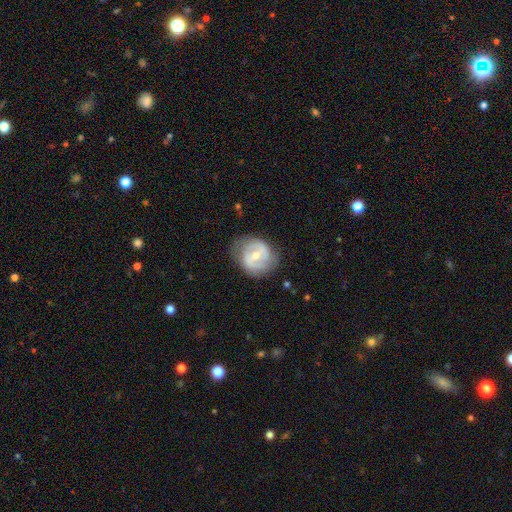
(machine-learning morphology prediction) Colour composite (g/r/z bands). It shows a featured or disk galaxy (66%) with a weak bar (54%), spiral arms (76%) and a moderate central bulge (52%). Merging: none (70%).